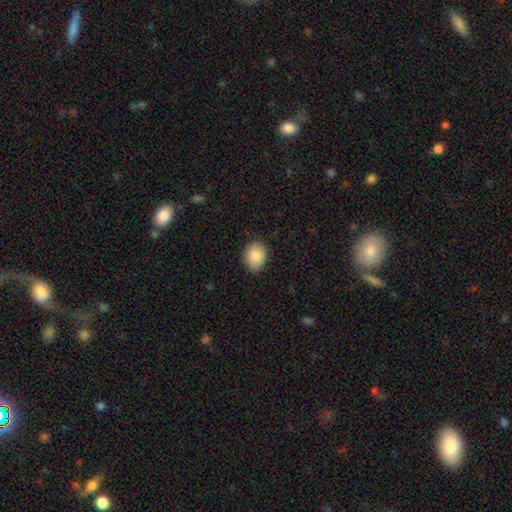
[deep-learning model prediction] Morphology: type=smooth (87%); roundness=in between (57%); merging=none (85%).